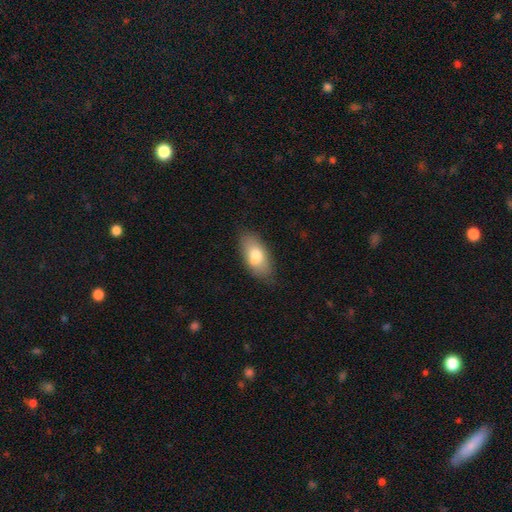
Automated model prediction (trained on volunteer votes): Smooth or featured? Predicted: smooth (p=0.77). How rounded? Predicted: in between (p=0.90). Merging? Predicted: none (p=0.76).